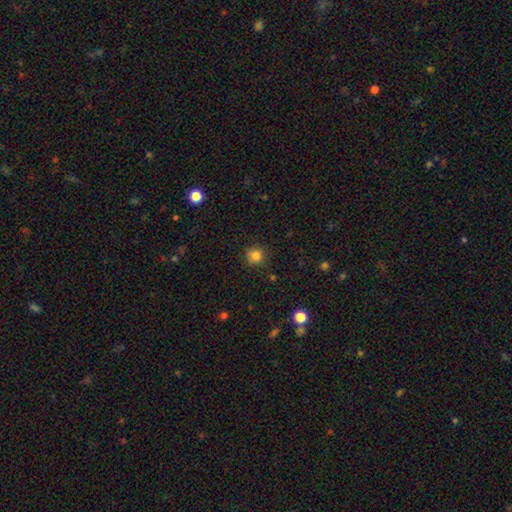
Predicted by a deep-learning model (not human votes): This is clearly a smooth galaxy (82%). How rounded: clearly round (92%). Merging: clearly none (87%).